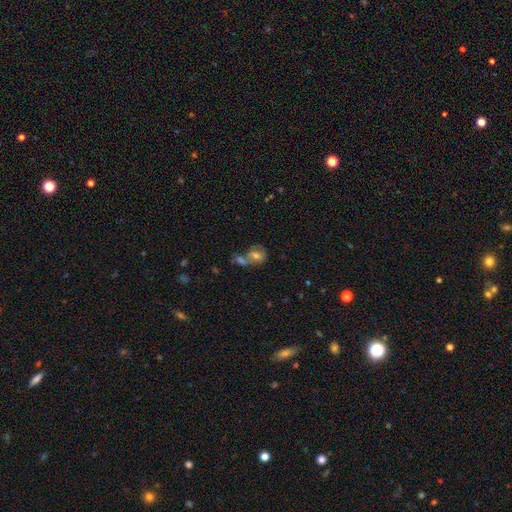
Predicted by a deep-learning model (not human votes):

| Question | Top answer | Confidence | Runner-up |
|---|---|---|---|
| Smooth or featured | smooth | 57% | featured or disk (30%) |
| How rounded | round | 57% | in between (41%) |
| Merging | merger | 46% | none (34%) |